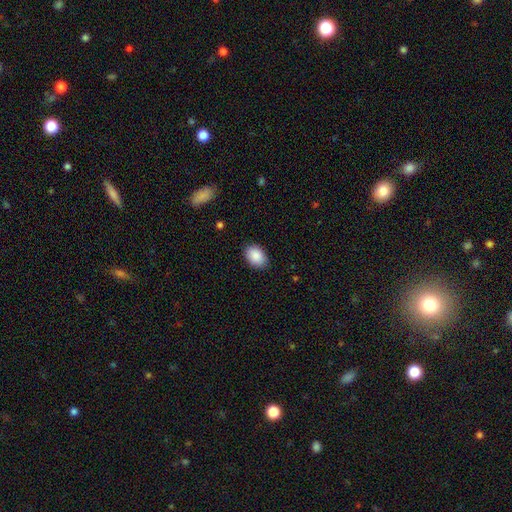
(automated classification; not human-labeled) smooth_or_featured: smooth (p=0.89) [alt: star or artifact p=0.07]
how_rounded: in between (p=0.82) [alt: round p=0.17]
merging: none (p=0.86) [alt: minor disturbance p=0.10]